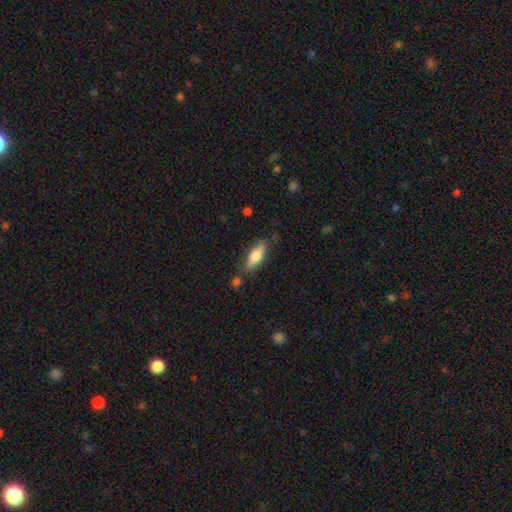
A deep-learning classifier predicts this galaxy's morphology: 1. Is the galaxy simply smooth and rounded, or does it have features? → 65% smooth, 29% featured or disk, 6% star or artifact.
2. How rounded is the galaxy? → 55% in between, 43% cigar-shaped, 2% round.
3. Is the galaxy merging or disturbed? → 76% none, 16% minor disturbance, 5% merger, 4% major disturbance.